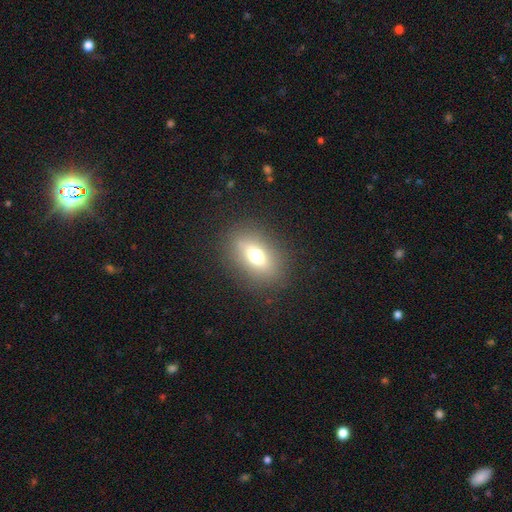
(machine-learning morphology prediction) This appears to be a smooth galaxy with no disk features (64%) that is in between round and cigar-shaped (72%). Merging: none (84%).